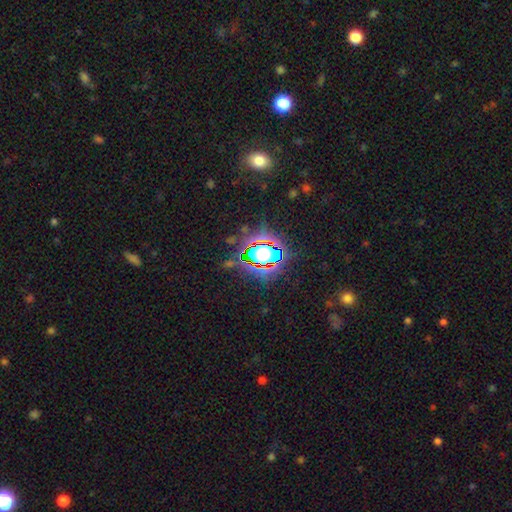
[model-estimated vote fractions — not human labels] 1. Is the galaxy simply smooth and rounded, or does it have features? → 67% star or artifact, 19% smooth, 14% featured or disk.